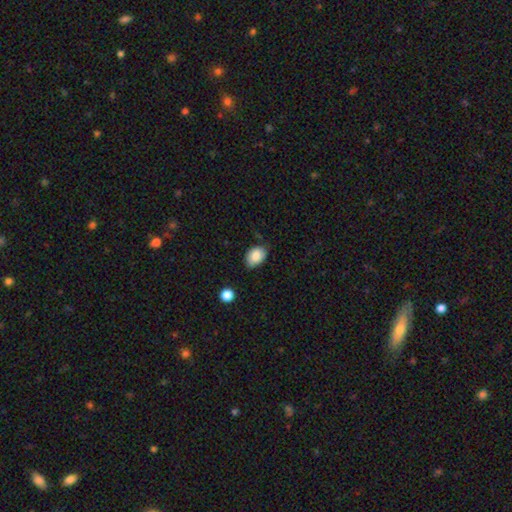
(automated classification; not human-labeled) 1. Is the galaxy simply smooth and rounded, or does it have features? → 81% smooth, 11% featured or disk, 8% star or artifact.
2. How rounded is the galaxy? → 80% in between, 19% round, 1% cigar-shaped.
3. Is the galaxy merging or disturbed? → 71% none, 23% minor disturbance, 4% major disturbance, 2% merger.